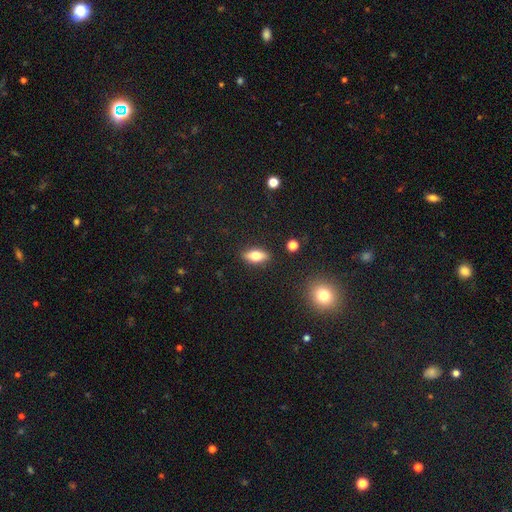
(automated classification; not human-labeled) Smooth or featured: smooth — 72% (featured or disk — 20%)
How rounded: in between — 80% (cigar-shaped — 15%)
Merging: none — 88% (minor disturbance — 8%)